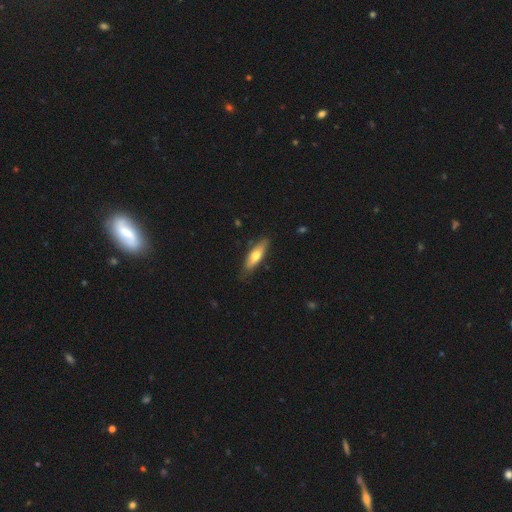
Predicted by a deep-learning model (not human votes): Smooth or featured: smooth — 61% (featured or disk — 33%)
How rounded: cigar-shaped — 53% (in between — 45%)
Merging: none — 81% (minor disturbance — 15%)